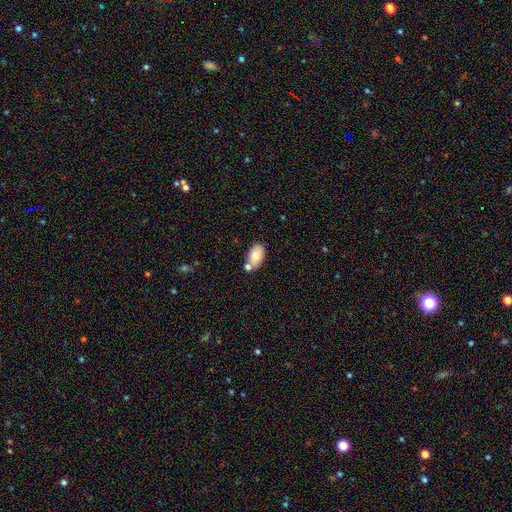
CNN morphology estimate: Smooth or featured? Predicted: smooth (p=0.78). How rounded? Predicted: in between (p=0.92). Merging? Predicted: none (p=0.55).